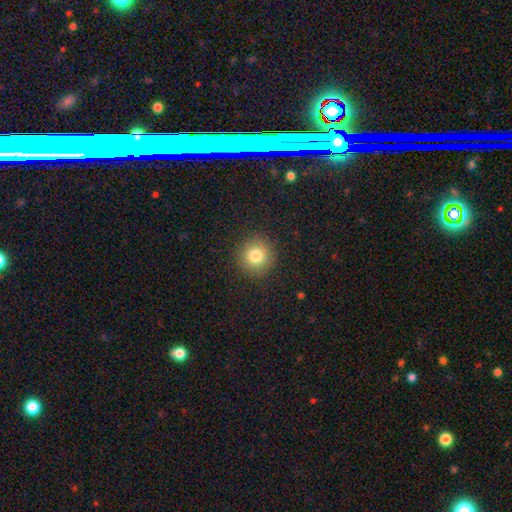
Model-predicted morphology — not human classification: Q: Smooth or featured?
A: smooth (80%); runner-up: star or artifact (12%)
Q: How rounded?
A: round (94%); runner-up: in between (5%)
Q: Merging?
A: none (91%); runner-up: minor disturbance (6%)